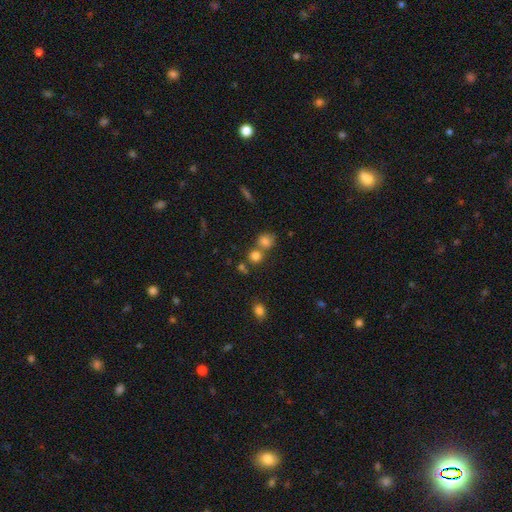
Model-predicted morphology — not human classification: The model was most divided on "merging": none: 55%, merger: 34%, minor disturbance: 8%, major disturbance: 3%. More confident: how rounded — round (86%); smooth or featured — smooth (77%).